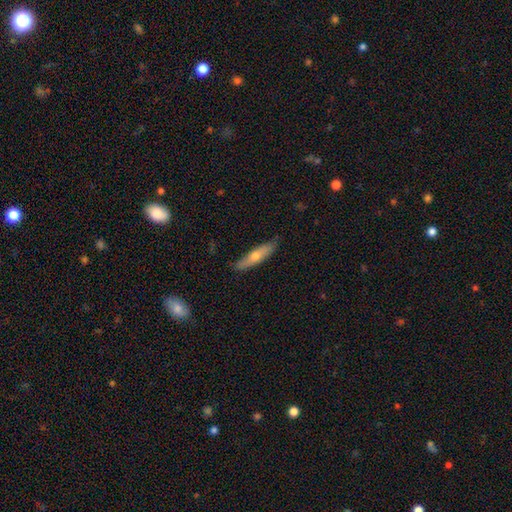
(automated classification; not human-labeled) Morphology: type=smooth (52%); roundness=cigar-shaped (81%); merging=none (85%).